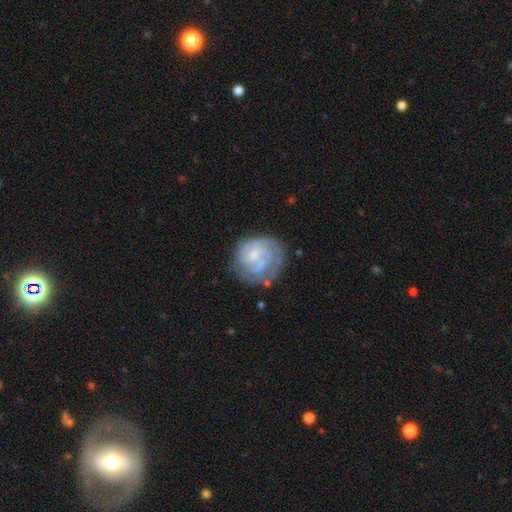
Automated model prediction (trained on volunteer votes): Smooth or featured: featured or disk — 64% (smooth — 29%)
Edge-on disk: no — 98% (yes — 2%)
Bar: no — 50% (weak — 42%)
Spiral arms: yes — 69% (no — 31%)
Bulge size: small — 46% (moderate — 29%)
Merging: none — 51% (minor disturbance — 25%)